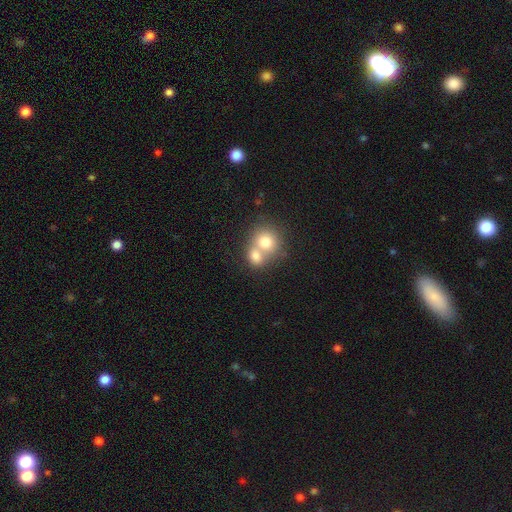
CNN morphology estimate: Smooth or featured? Predicted: smooth (p=0.75). How rounded? Predicted: round (p=0.67). Merging? Predicted: merger (p=0.66).